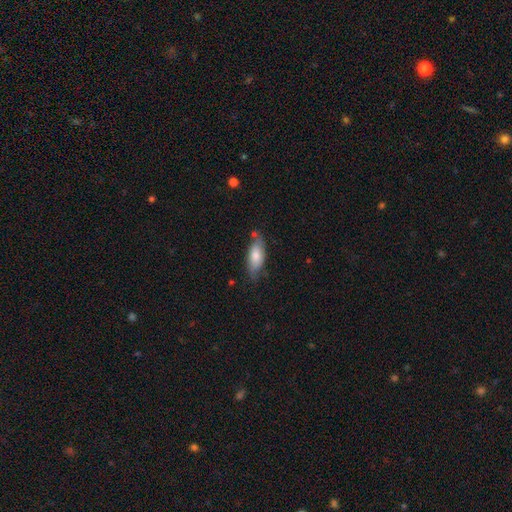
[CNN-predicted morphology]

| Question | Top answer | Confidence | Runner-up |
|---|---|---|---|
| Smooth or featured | smooth | 73% | featured or disk (21%) |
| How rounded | in between | 77% | cigar-shaped (21%) |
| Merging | none | 64% | minor disturbance (25%) |